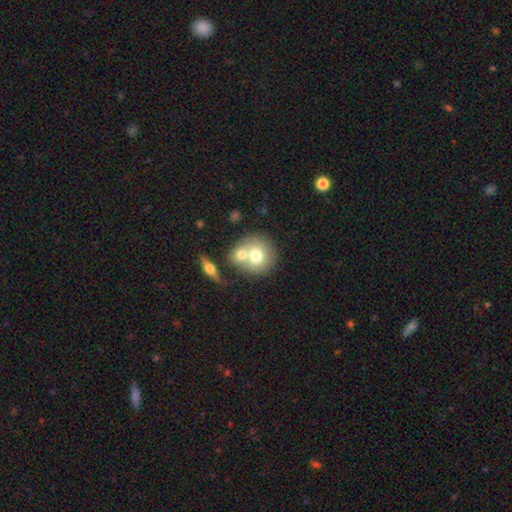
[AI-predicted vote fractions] Morphology: type=smooth (67%); roundness=round (79%); merging=merger (52%).